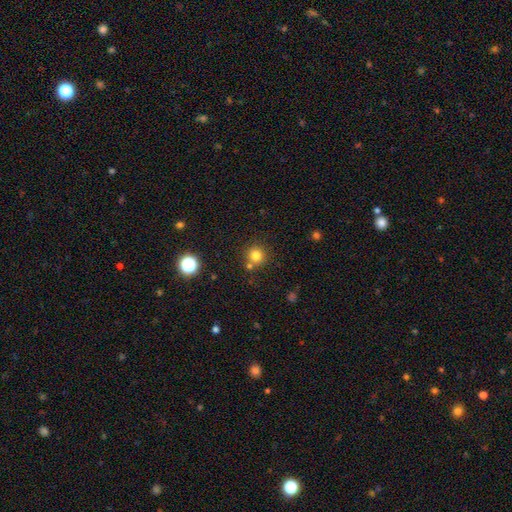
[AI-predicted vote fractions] Smooth or featured? Predicted: smooth (p=0.79). How rounded? Predicted: round (p=0.93). Merging? Predicted: none (p=0.74).